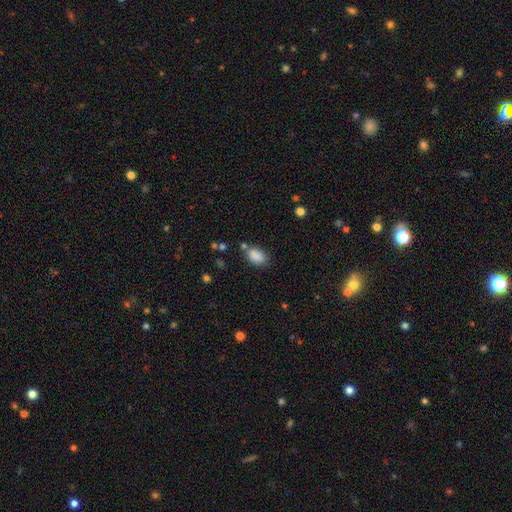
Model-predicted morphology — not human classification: This appears to be a smooth galaxy with no disk features (86%) that is in between round and cigar-shaped (87%). Merging: none (69%).